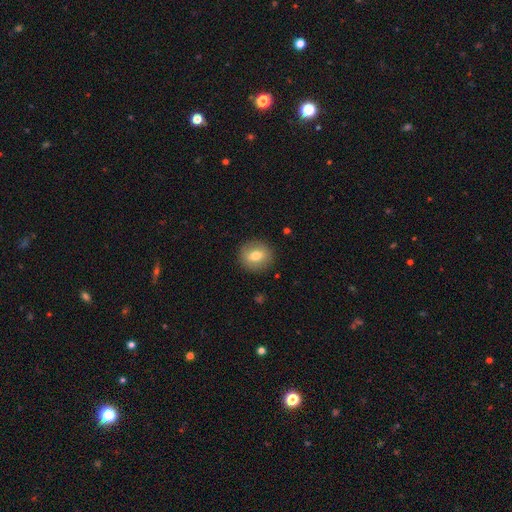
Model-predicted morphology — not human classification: Overall: smooth (70%). How rounded: round (83%). Merging: none (89%).